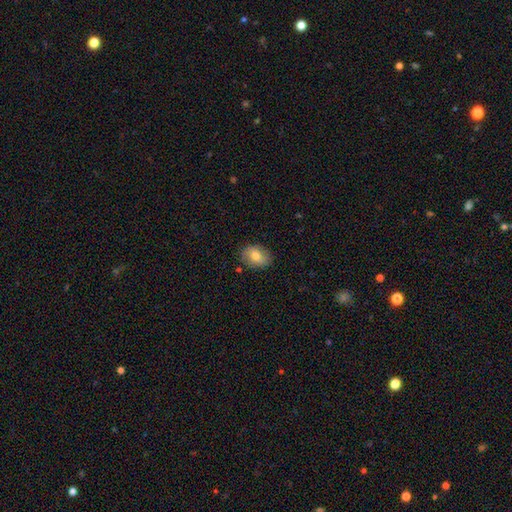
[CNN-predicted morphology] This is likely a smooth galaxy (70%). How rounded: likely in between (71%). Merging: clearly none (81%).